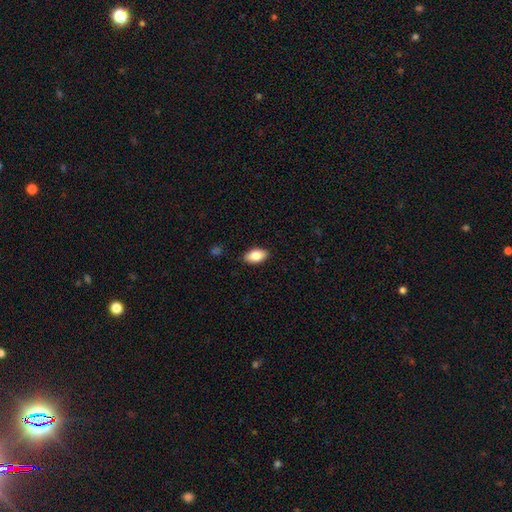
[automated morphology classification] A smooth galaxy with no disk features (83%) that is in between round and cigar-shaped (93%).

Vote fractions:
- Smooth or featured? smooth: 83% / featured or disk: 10% / star or artifact: 7%
- How rounded? in between: 93% / round: 5% / cigar-shaped: 3%
- Merging? none: 88% / minor disturbance: 9% / major disturbance: 2% / merger: 1%